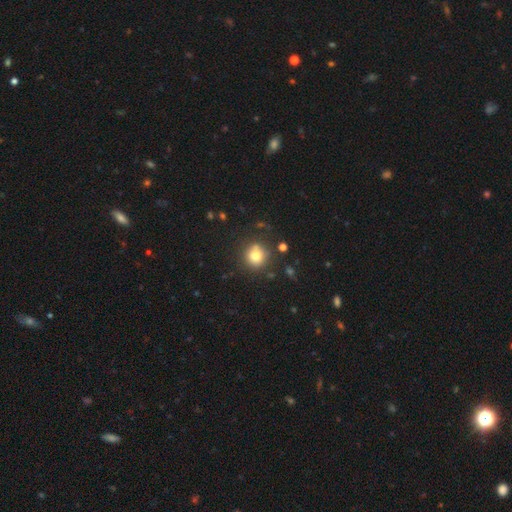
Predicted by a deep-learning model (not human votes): smooth_or_featured: smooth (p=0.76) [alt: star or artifact p=0.13]
how_rounded: round (p=0.89) [alt: in between p=0.10]
merging: none (p=0.78) [alt: minor disturbance p=0.12]